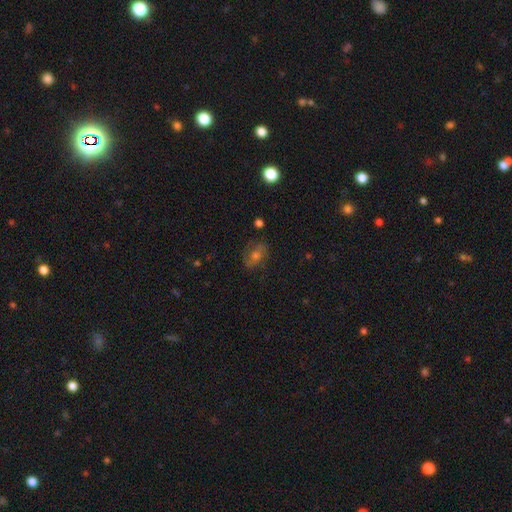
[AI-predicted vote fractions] featured or disk 43%, smooth 36%, star or artifact 21%. Down the decision tree: merging — none (76%).